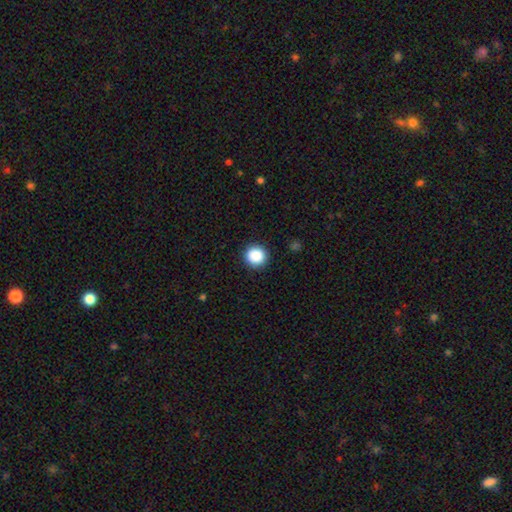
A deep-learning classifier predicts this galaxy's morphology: The model was most divided on "smooth or featured": smooth: 88%, star or artifact: 9%, featured or disk: 3%. More confident: how rounded — round (94%); merging — none (91%).